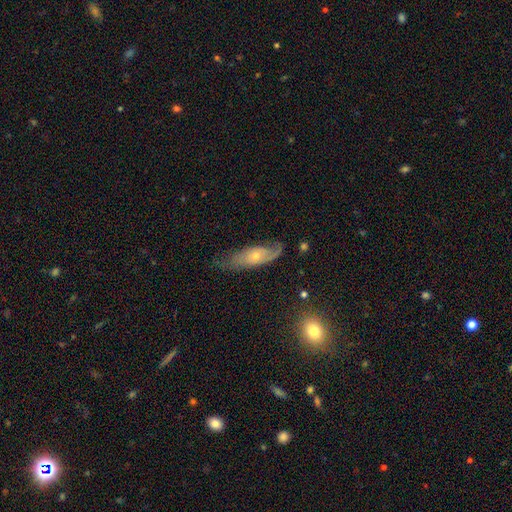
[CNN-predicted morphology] Smooth or featured? featured or disk (62%)
Edge-on disk? no (78%)
Merging? none (51%)